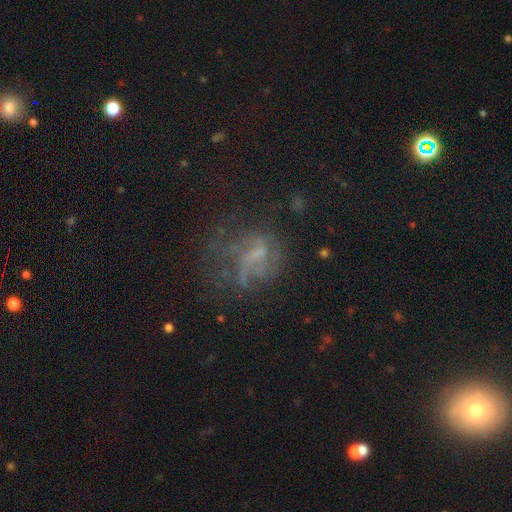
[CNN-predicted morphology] Q: Smooth or featured?
A: featured or disk (56%); runner-up: smooth (23%)
Q: Edge-on disk?
A: no (97%); runner-up: yes (3%)
Q: Bar?
A: no (52%); runner-up: weak (38%)
Q: Spiral arms?
A: yes (55%); runner-up: no (45%)
Q: Bulge size?
A: none (47%); runner-up: small (29%)
Q: Merging?
A: none (45%); runner-up: major disturbance (33%)